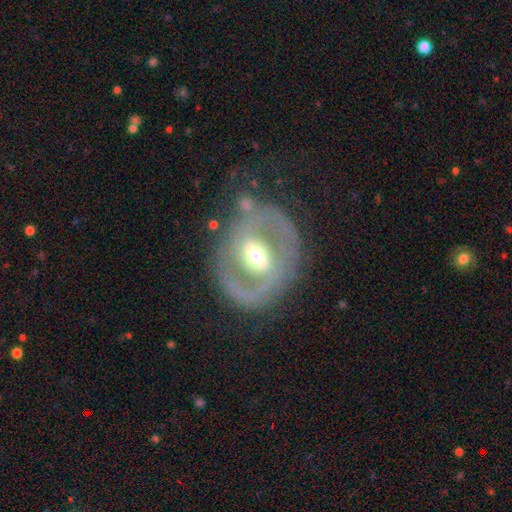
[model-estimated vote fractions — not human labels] Overall: featured or disk (81%). Edge-on disk: no (96%). Bar: weak (44%; strong 34%). Spiral arms: yes (70%). Spiral arm count: 2 (74%). Spiral winding: medium (41%, tied with tight). Bulge size: moderate (72%). Merging: none (69%).